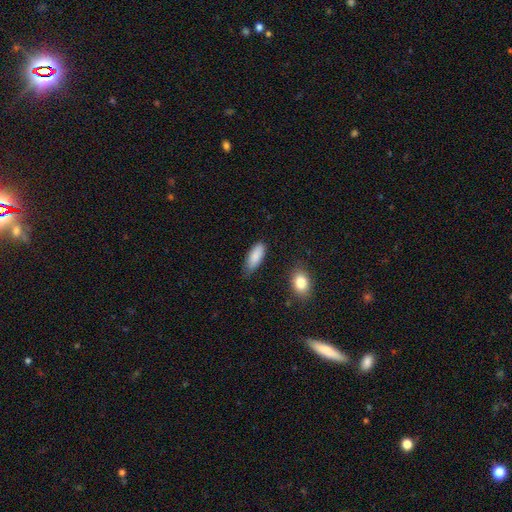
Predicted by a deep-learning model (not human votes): Overall: smooth (87%). How rounded: in between (78%). Merging: none (68%).